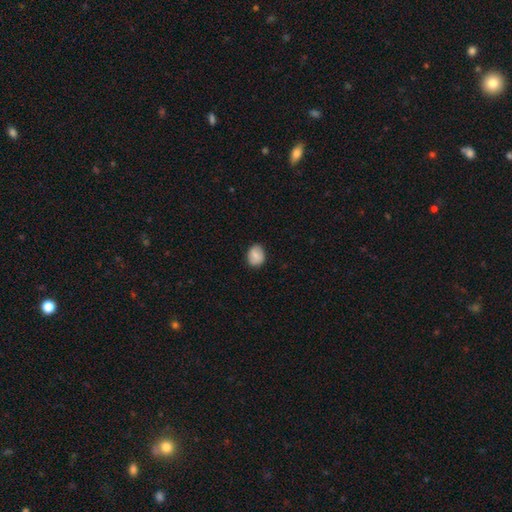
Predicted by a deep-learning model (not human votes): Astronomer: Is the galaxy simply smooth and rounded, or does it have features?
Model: smooth — 78%.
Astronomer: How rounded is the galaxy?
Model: round — 53% (runner-up: in between, 46%).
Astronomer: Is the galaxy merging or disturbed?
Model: none — 83%.